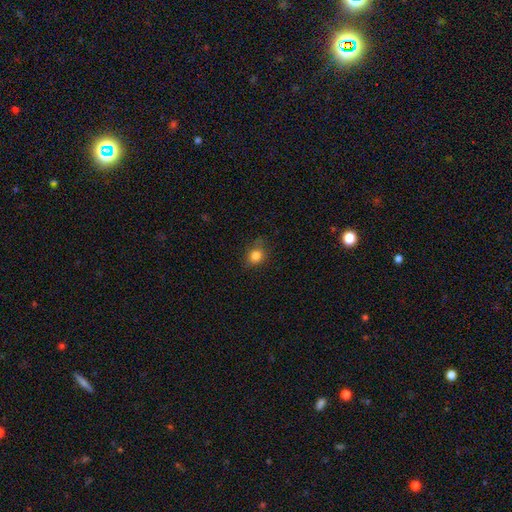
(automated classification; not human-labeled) Overall: smooth (83%). How rounded: round (68%; in between 31%). Merging: none (75%).